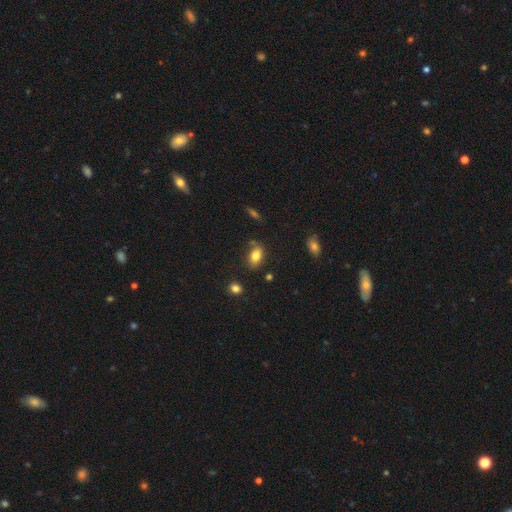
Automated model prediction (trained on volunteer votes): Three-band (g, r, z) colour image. It shows a smooth galaxy with no disk features (79%) that is in between round and cigar-shaped (87%). Merging: none (69%).